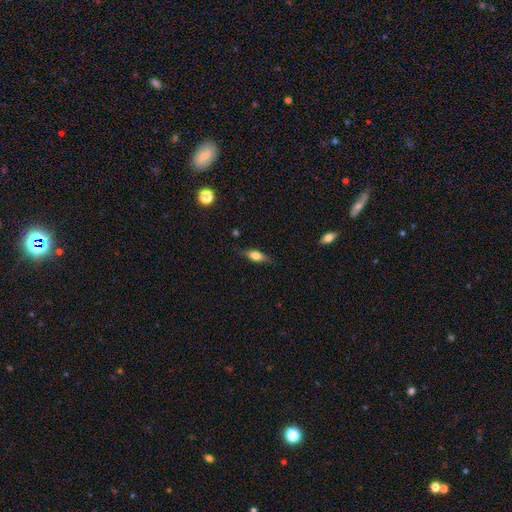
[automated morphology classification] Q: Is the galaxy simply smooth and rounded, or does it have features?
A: smooth — 69%.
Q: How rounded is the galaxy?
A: in between — 70%.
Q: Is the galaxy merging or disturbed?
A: none — 80%.